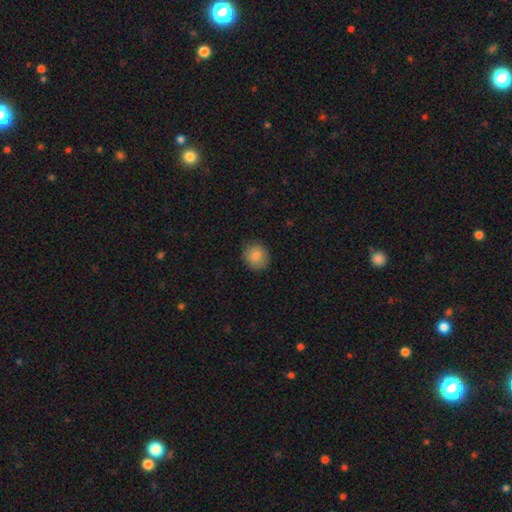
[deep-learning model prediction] Smooth or featured: smooth — 85% (star or artifact — 8%)
How rounded: round — 85% (in between — 14%)
Merging: none — 89% (minor disturbance — 8%)